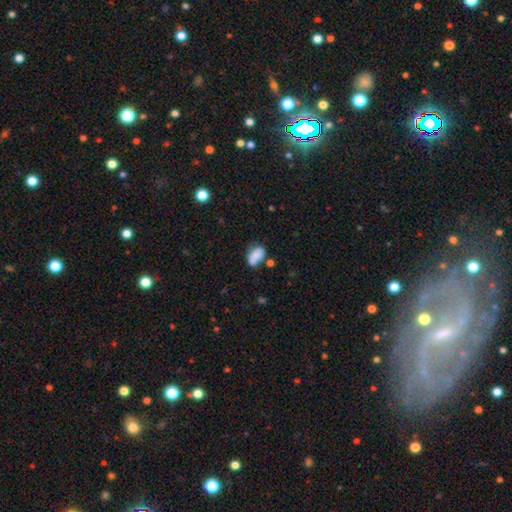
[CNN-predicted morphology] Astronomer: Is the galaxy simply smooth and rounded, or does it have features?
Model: smooth — 76%.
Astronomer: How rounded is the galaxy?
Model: in between — 82%.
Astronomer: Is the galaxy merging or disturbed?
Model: none — 45% (runner-up: minor disturbance, 26%).